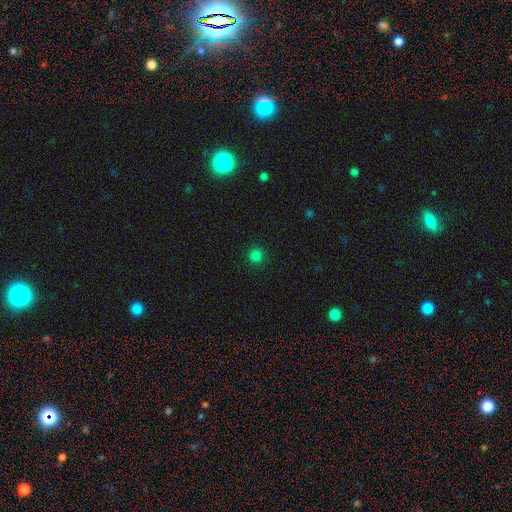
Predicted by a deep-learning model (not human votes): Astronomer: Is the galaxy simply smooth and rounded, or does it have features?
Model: smooth — 81%.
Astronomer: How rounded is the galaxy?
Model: round — 95%.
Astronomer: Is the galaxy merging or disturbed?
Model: none — 91%.